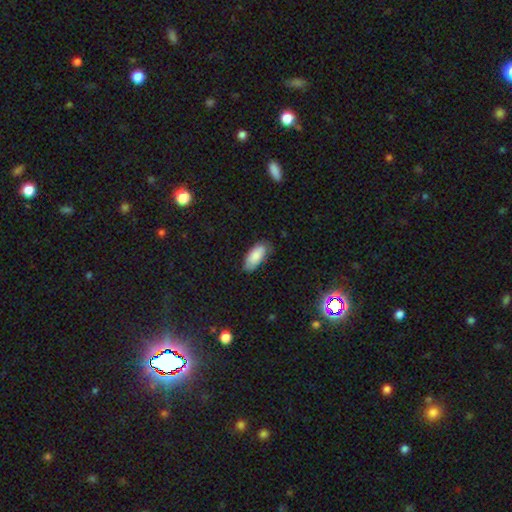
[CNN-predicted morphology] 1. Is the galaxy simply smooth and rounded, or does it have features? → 86% smooth, 8% featured or disk, 7% star or artifact.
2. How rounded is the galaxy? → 89% in between, 9% cigar-shaped, 2% round.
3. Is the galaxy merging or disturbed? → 72% none, 23% minor disturbance, 4% major disturbance, 1% merger.